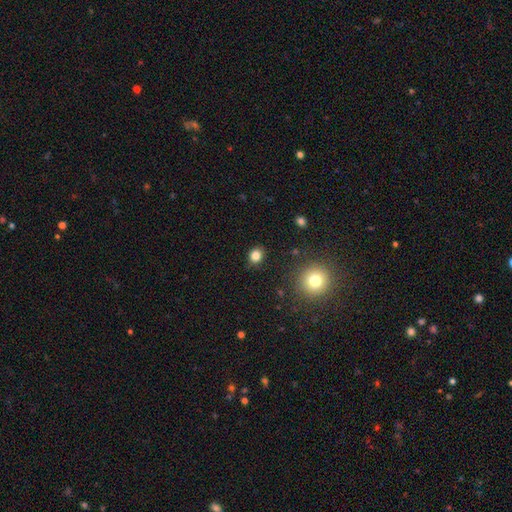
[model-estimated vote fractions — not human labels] Smooth or featured?
  - smooth: 82% *
  - star or artifact: 12%
  - featured or disk: 5%
How rounded?
  - round: 59% *
  - in between: 40%
  - cigar-shaped: 1%
Merging?
  - none: 87% *
  - minor disturbance: 9%
  - major disturbance: 3%
  - merger: 1%